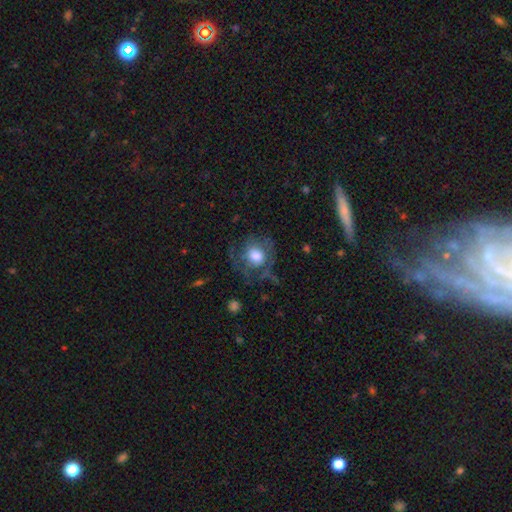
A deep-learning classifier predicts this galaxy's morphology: Smooth or featured?
  - smooth: 49% *
  - featured or disk: 41%
  - star or artifact: 10%
Merging?
  - none: 55% *
  - major disturbance: 21%
  - minor disturbance: 21%
  - merger: 2%